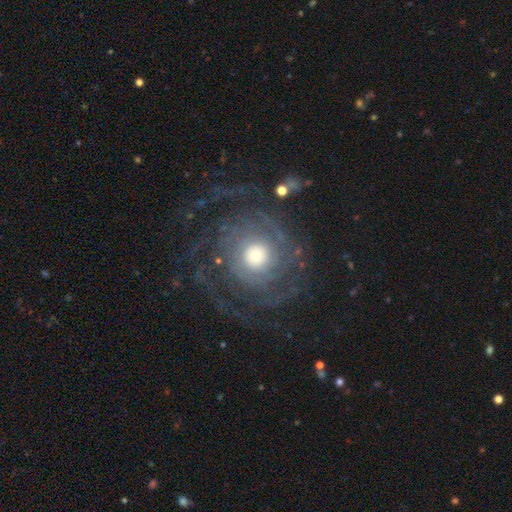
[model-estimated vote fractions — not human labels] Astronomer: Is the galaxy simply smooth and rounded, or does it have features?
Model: featured or disk — 85%.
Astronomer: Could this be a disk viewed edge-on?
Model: no — 98%.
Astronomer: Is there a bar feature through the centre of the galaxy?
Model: no — 82%.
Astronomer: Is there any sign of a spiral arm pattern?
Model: yes — 95%.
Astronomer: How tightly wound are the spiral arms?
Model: tight — 66%.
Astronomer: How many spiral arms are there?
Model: can't tell — 29% (runner-up: 2, 18%).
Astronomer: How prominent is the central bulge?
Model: moderate — 49% (runner-up: large, 25%).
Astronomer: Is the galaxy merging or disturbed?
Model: none — 72%.